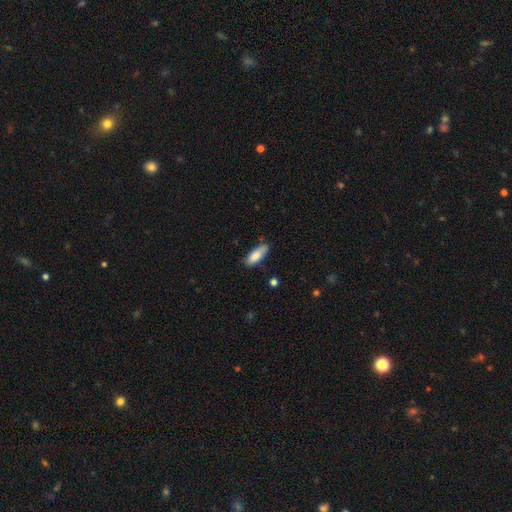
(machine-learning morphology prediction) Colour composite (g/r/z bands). It shows a smooth galaxy with no disk features (82%) that is in between round and cigar-shaped (72%). Merging: none (70%).